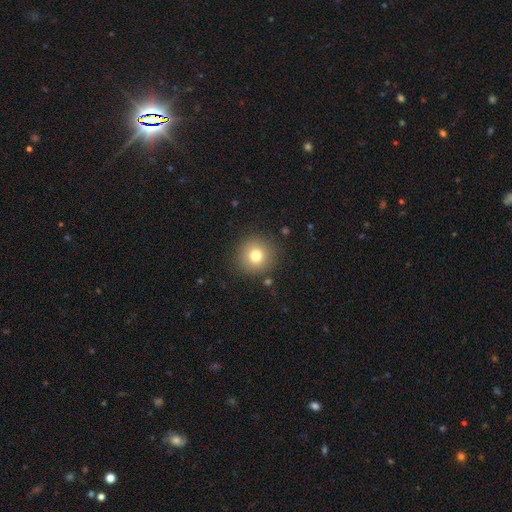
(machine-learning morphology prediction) A smooth galaxy with no disk features (76%) that is round (94%).

Vote fractions:
- Smooth or featured? smooth: 76% / star or artifact: 12% / featured or disk: 11%
- How rounded? round: 94% / in between: 5% / cigar-shaped: 1%
- Merging? none: 88% / minor disturbance: 7% / major disturbance: 3% / merger: 2%